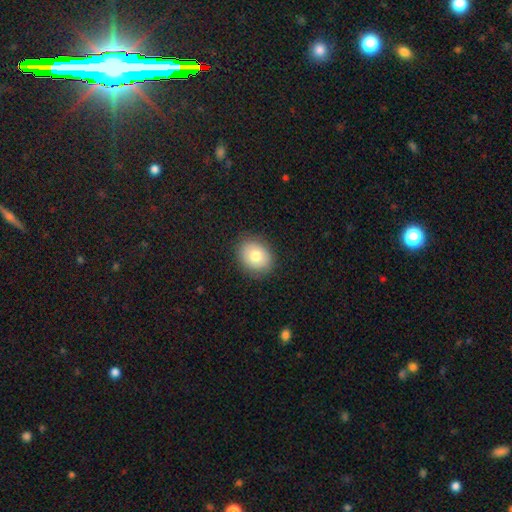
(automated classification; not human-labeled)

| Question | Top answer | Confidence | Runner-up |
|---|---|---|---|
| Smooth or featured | smooth | 75% | featured or disk (16%) |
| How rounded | round | 51% | in between (48%) |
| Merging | none | 87% | minor disturbance (10%) |